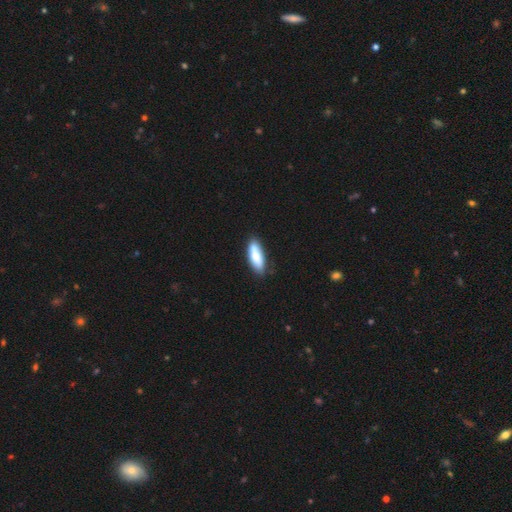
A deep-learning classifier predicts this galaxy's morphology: Overall: smooth (78%). How rounded: in between (58%; cigar-shaped 40%). Merging: none (77%).